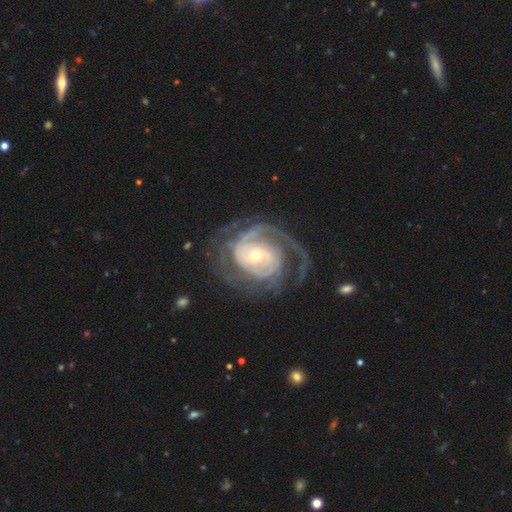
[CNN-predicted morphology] smooth-or-featured: featured or disk: 90% | smooth: 5% | star or artifact: 4%
  disk-edge-on: no: 97% | yes: 3%
    bar: no: 64% | weak: 26% | strong: 10%
    has-spiral-arms: yes: 96% | no: 4%
      spiral-winding: tight: 62% | medium: 29% | loose: 9%
      spiral-arm-count: 2: 30% | can't tell: 24% | 3: 22% | 4: 10% | 1: 8% | more than 4: 7%
    bulge-size: small: 50% | moderate: 44% | large: 5% | dominant: 1% | none: 1%
  merging: none: 64% | major disturbance: 18% | minor disturbance: 17% | merger: 2%